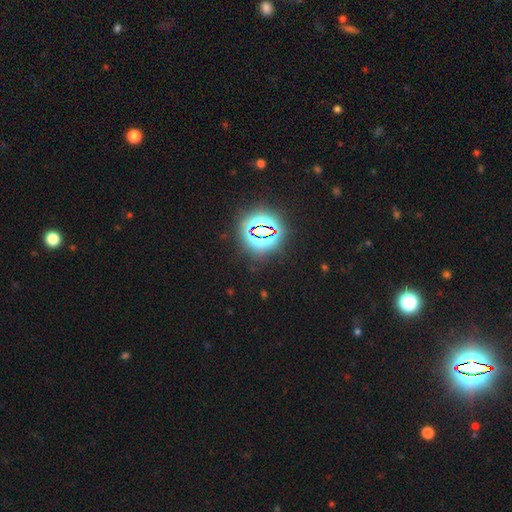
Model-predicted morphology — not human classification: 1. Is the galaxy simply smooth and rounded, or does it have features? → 81% star or artifact, 12% smooth, 7% featured or disk.